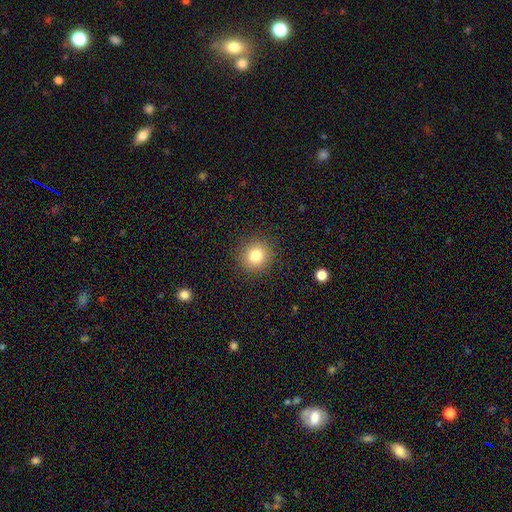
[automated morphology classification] A smooth galaxy with no disk features (81%) that is round (90%). Merging: none (90%).